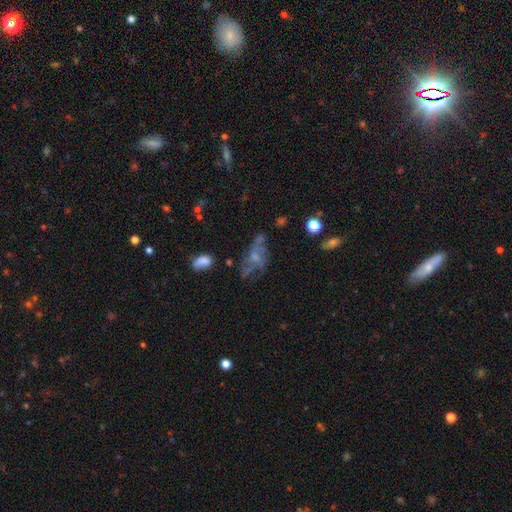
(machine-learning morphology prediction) A featured or disk galaxy (56%) with no bar (75%), no spiral arms (52%) and a small central bulge (38%).

Vote fractions:
- Smooth or featured? featured or disk: 56% / smooth: 28% / star or artifact: 16%
- Edge-on disk? no: 92% / yes: 8%
- Bar? no: 75% / weak: 21% / strong: 4%
- Spiral arms? no: 52% / yes: 48%
- Bulge size? small: 38% / moderate: 31% / none: 25% / large: 4% / dominant: 2%
- Merging? none: 45% / major disturbance: 25% / minor disturbance: 22% / merger: 8%